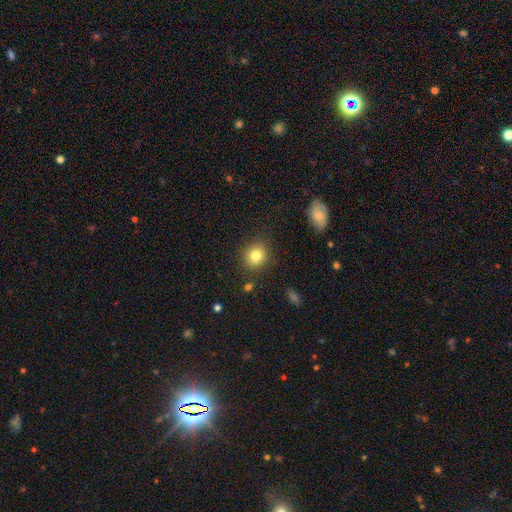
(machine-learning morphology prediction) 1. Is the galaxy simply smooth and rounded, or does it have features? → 81% smooth, 11% star or artifact, 8% featured or disk.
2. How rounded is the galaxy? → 79% round, 20% in between, 1% cigar-shaped.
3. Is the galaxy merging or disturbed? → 87% none, 8% minor disturbance, 3% major disturbance, 2% merger.